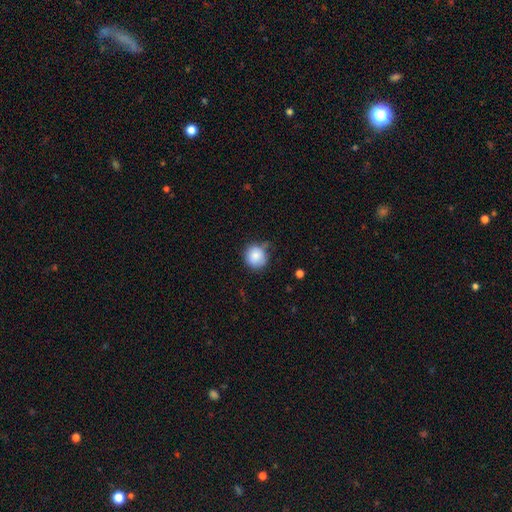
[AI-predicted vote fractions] This appears to be a smooth galaxy with no disk features (85%) that is round (89%). Merging: none (67%).